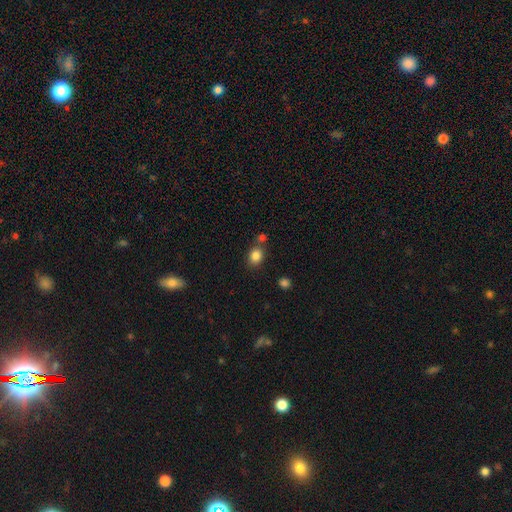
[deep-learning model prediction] Morphology: type=smooth (85%); roundness=round (51%); merging=none (71%).